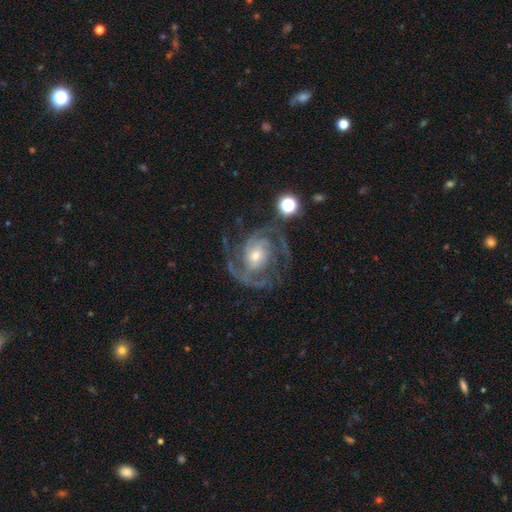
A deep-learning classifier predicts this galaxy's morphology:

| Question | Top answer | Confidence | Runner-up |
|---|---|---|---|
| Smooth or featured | featured or disk | 90% | star or artifact (5%) |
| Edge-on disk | no | 98% | yes (2%) |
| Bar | no | 60% | weak (30%) |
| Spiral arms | yes | 97% | no (3%) |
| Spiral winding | tight | 47% | medium (44%) |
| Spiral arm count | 2 | 48% | 3 (24%) |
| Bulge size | moderate | 48% | small (45%) |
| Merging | none | 68% | minor disturbance (16%) |